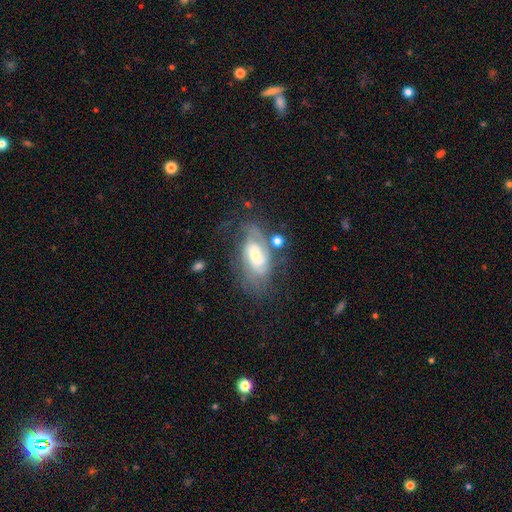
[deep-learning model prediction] Overall: featured or disk (78%). Edge-on disk: no (94%). Bar: weak (49%; no 36%). Spiral arms: yes (92%). Spiral arm count: 2 (45%; can't tell 32%). Spiral winding: tight (49%; medium 39%). Bulge size: moderate (46%; small 39%). Merging: none (55%; minor disturbance 22%).